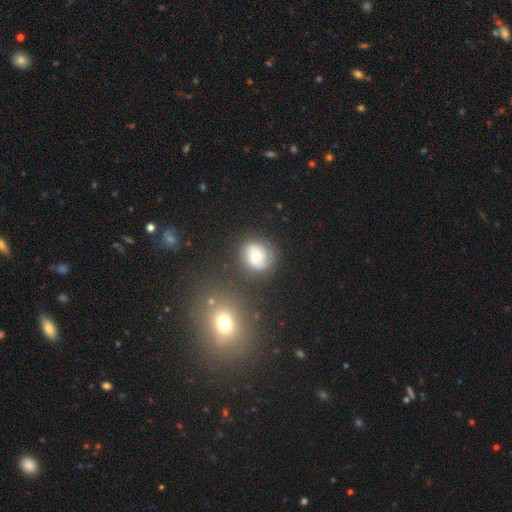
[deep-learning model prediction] Morphology: type=featured or disk (55%); edge-on=no (97%); bar=no (69%); spiral arms=yes (89%); bulge=moderate (47%); merging=none (74%).